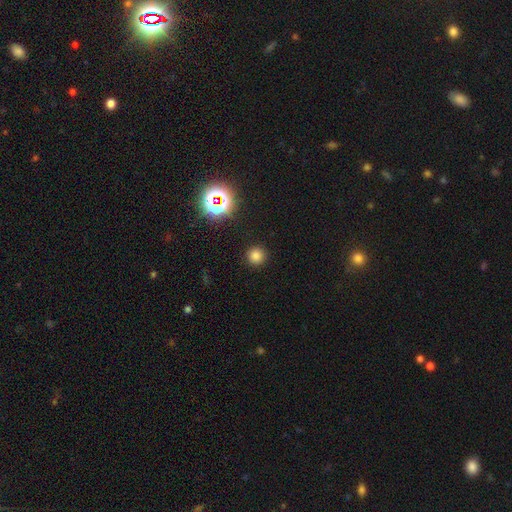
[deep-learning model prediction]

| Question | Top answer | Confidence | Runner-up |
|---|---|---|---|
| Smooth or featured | smooth | 77% | star or artifact (18%) |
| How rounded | round | 95% | in between (4%) |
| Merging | none | 92% | minor disturbance (5%) |